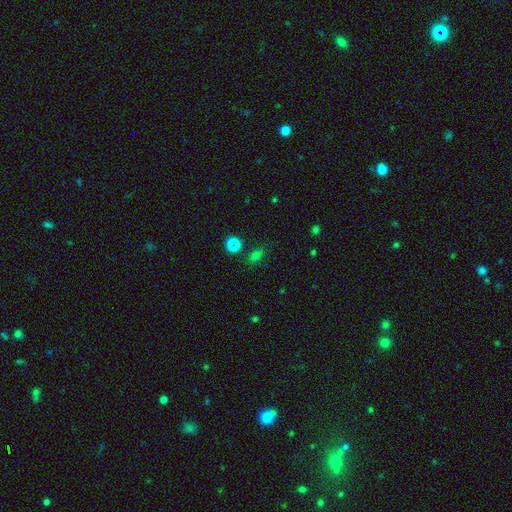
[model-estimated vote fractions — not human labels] Q: Smooth or featured?
A: smooth (65%); runner-up: star or artifact (28%)
Q: How rounded?
A: in between (66%); runner-up: round (30%)
Q: Merging?
A: none (78%); runner-up: minor disturbance (13%)